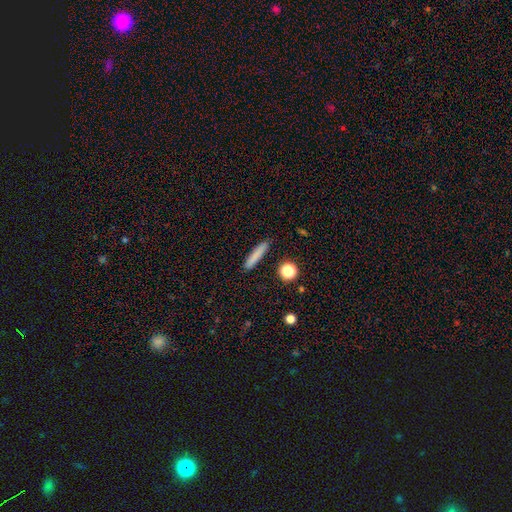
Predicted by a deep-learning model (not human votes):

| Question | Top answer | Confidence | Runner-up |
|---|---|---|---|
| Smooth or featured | smooth | 81% | featured or disk (11%) |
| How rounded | cigar-shaped | 90% | in between (8%) |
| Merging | none | 90% | minor disturbance (7%) |